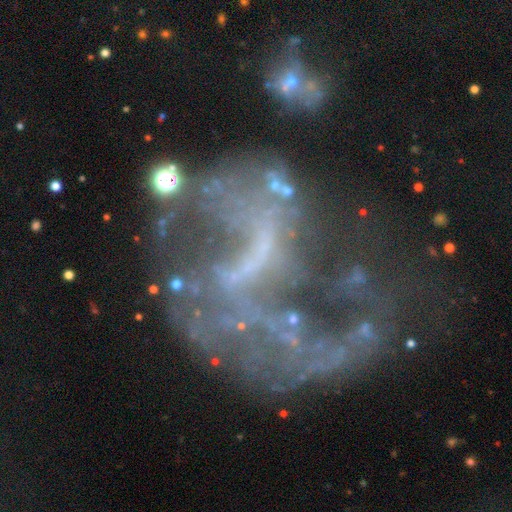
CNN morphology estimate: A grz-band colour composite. It shows a featured or disk galaxy (68%) with no bar (49%), no spiral arms (57%) and no central bulge (73%). Merging: major disturbance (48%).